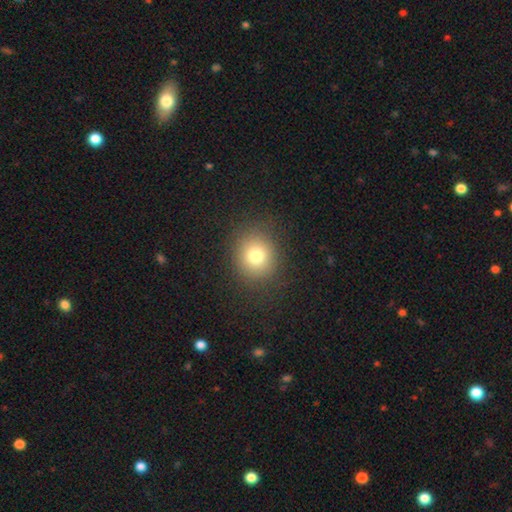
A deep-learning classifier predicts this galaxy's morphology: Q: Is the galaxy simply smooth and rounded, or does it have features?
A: smooth — 76%.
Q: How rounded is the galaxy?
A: round — 83%.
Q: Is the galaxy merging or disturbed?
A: none — 86%.